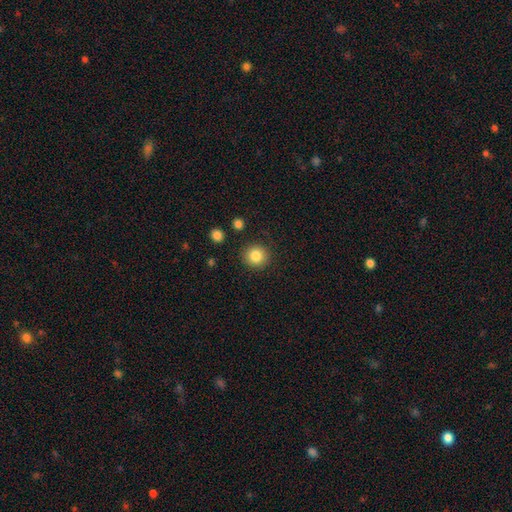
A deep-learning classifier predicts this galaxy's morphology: Smooth or featured? smooth (84%)
How rounded? round (91%)
Merging? none (89%)